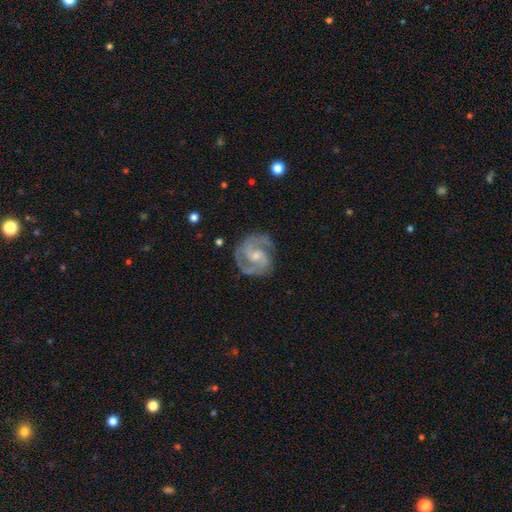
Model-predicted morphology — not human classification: The model was most divided on "bar": weak: 45%, no: 42%, strong: 13%. More confident: edge-on disk — no (98%); spiral arms — yes (98%); smooth or featured — featured or disk (89%); spiral arm count — 2 (81%); merging — none (79%); spiral winding — medium (51%); bulge size — small (50%).